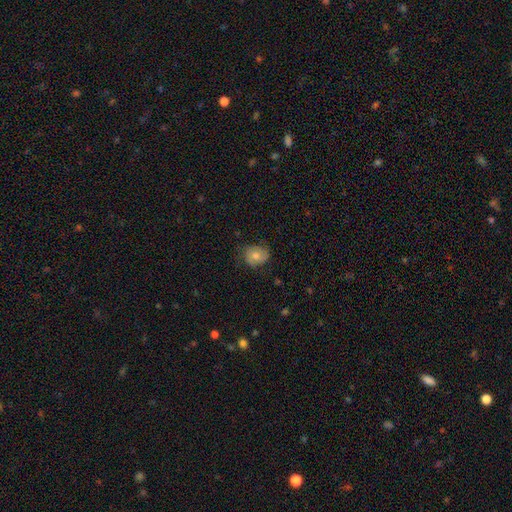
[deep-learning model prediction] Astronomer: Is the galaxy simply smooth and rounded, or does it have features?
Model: smooth — 63%.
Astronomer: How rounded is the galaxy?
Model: round — 61% (runner-up: in between, 38%).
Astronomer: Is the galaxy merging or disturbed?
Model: none — 65%.